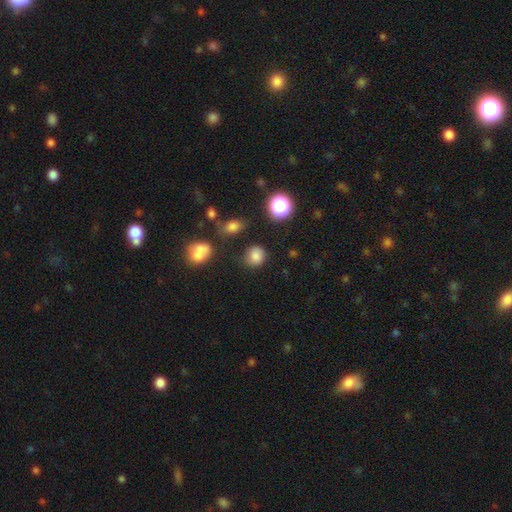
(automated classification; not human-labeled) The model was most divided on "how rounded": round: 78%, in between: 21%, cigar-shaped: 1%. More confident: smooth or featured — smooth (80%); merging — none (74%).